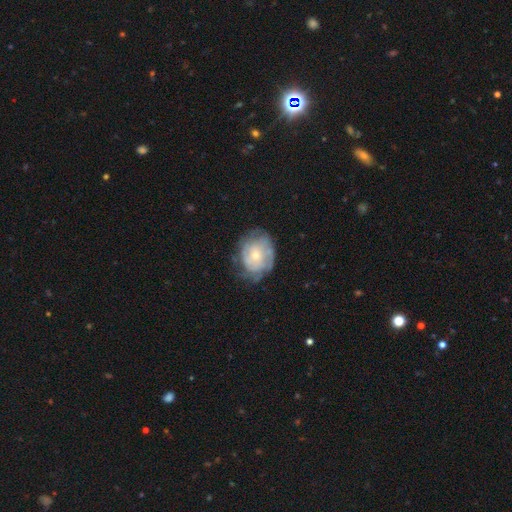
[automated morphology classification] smooth-or-featured: featured or disk: 62% | smooth: 31% | star or artifact: 7%
  disk-edge-on: no: 97% | yes: 3%
    bar: no: 82% | weak: 16% | strong: 2%
    has-spiral-arms: yes: 68% | no: 32%
    bulge-size: small: 55% | moderate: 39% | large: 3% | none: 2% | dominant: 1%
  merging: none: 60% | minor disturbance: 26% | major disturbance: 13% | merger: 2%